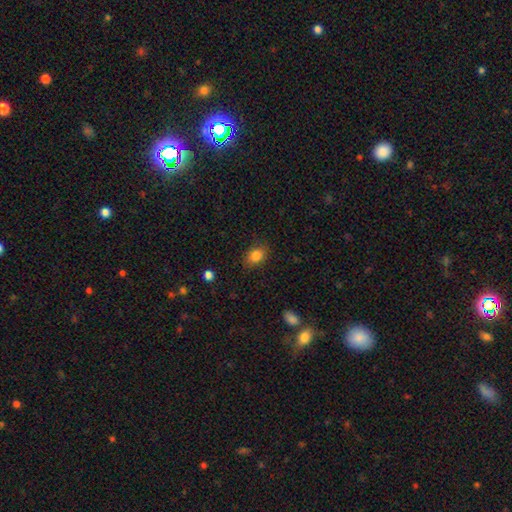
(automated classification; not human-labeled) The model was most divided on "how rounded": in between: 73%, round: 26%, cigar-shaped: 1%. More confident: smooth or featured — smooth (84%); merging — none (83%).